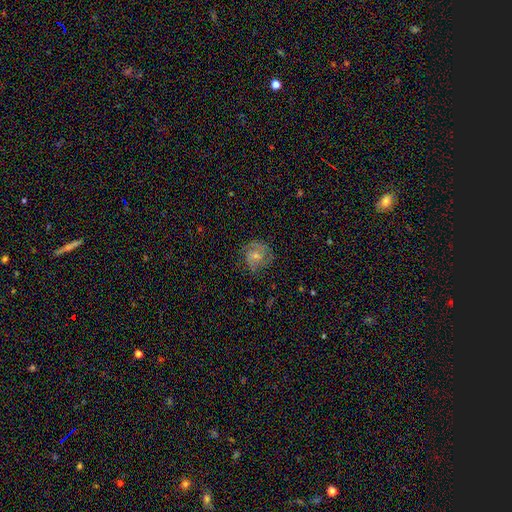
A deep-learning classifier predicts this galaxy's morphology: This appears to be a featured or disk galaxy (59%) with no bar (52%), 2 (55%) medium (45%) spiral arms (87%) and a small central bulge (52%). Merging: none (68%).